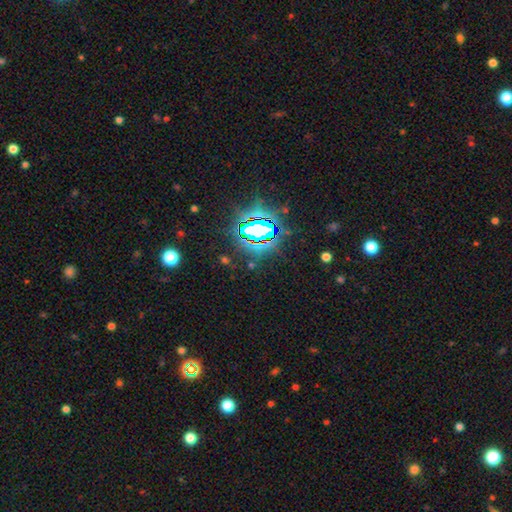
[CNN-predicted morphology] Smooth or featured? Predicted: star or artifact (p=0.79).